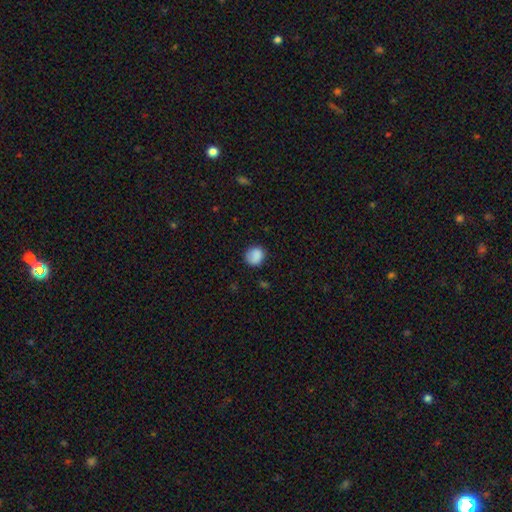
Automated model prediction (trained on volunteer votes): Smooth or featured? Predicted: smooth (p=0.86). How rounded? Predicted: round (p=0.81). Merging? Predicted: none (p=0.77).